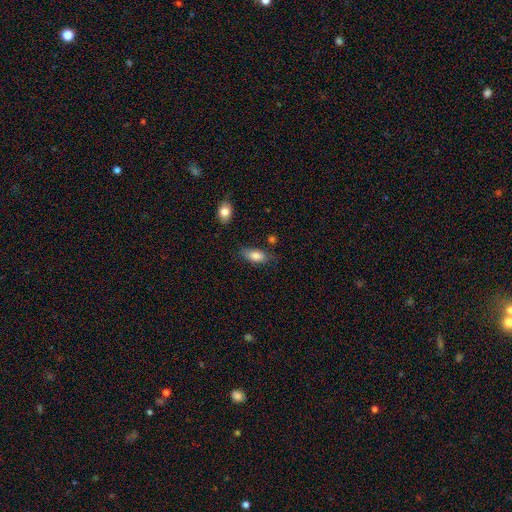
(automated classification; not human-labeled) Smooth or featured: smooth — 83% (featured or disk — 10%)
How rounded: in between — 87% (cigar-shaped — 10%)
Merging: none — 71% (minor disturbance — 21%)